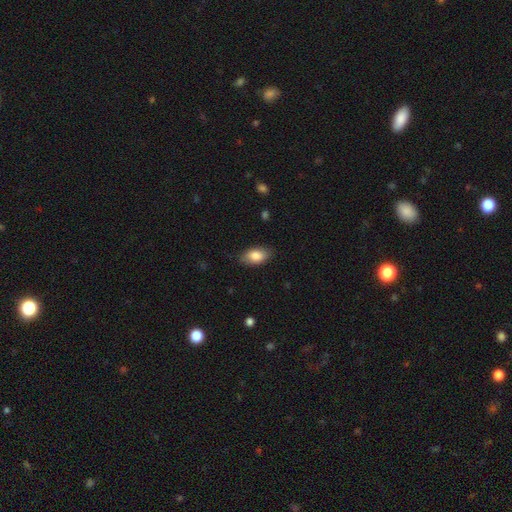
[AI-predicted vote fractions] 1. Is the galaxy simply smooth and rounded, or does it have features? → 84% smooth, 9% featured or disk, 7% star or artifact.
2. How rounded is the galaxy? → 92% in between, 5% round, 3% cigar-shaped.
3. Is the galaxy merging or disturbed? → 84% none, 12% minor disturbance, 3% major disturbance, 1% merger.